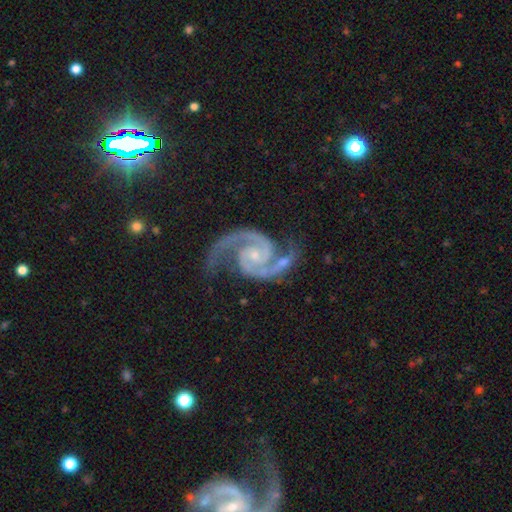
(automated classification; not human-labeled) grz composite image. It shows a featured or disk galaxy (94%) with no bar (66%), 2 (94%) medium (60%) spiral arms (99%) and a small central bulge (69%). Merging: none (68%).